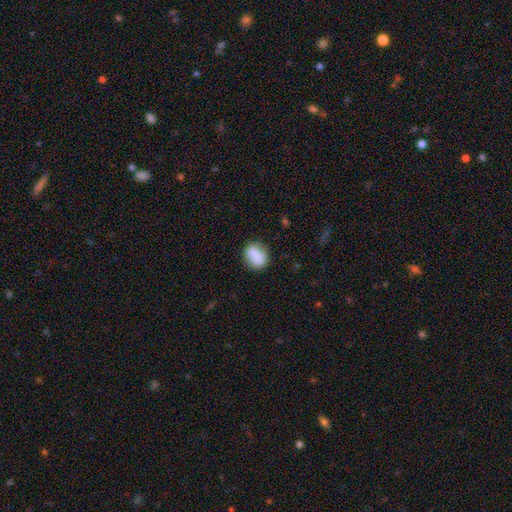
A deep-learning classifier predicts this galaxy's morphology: The model was most divided on "how rounded": in between: 54%, round: 44%, cigar-shaped: 2%. More confident: smooth or featured — smooth (84%); merging — none (76%).